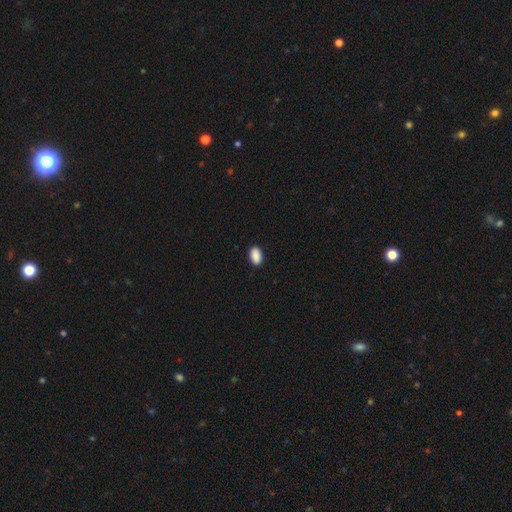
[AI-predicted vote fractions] Smooth or featured: smooth — 91% (star or artifact — 7%)
How rounded: in between — 93% (round — 6%)
Merging: none — 90% (minor disturbance — 8%)